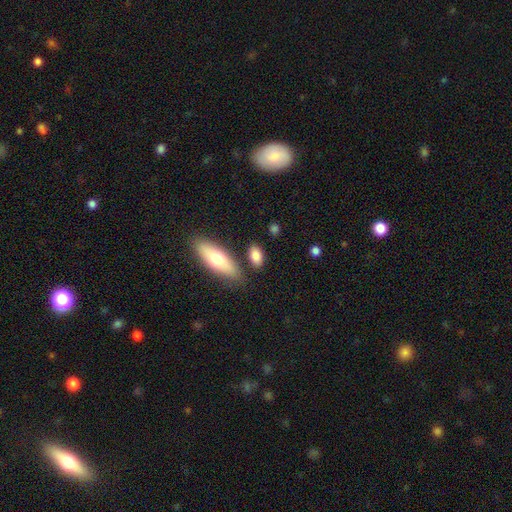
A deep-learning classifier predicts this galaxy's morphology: Smooth or featured? smooth (83%)
How rounded? in between (84%)
Merging? none (75%)